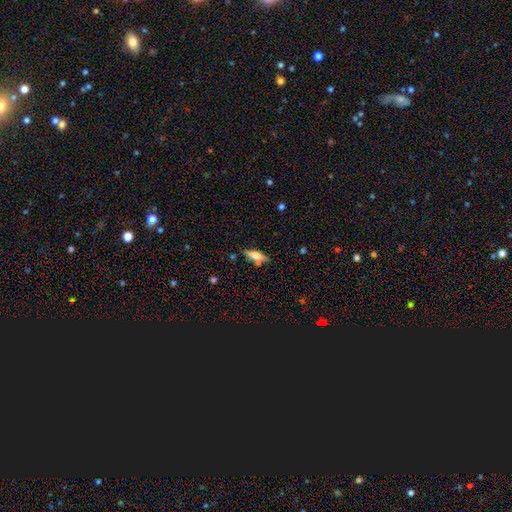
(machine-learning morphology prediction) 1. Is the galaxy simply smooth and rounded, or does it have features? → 58% smooth, 34% featured or disk, 8% star or artifact.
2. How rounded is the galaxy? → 53% cigar-shaped, 44% in between, 3% round.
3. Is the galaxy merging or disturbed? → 78% none, 13% minor disturbance, 6% merger, 3% major disturbance.